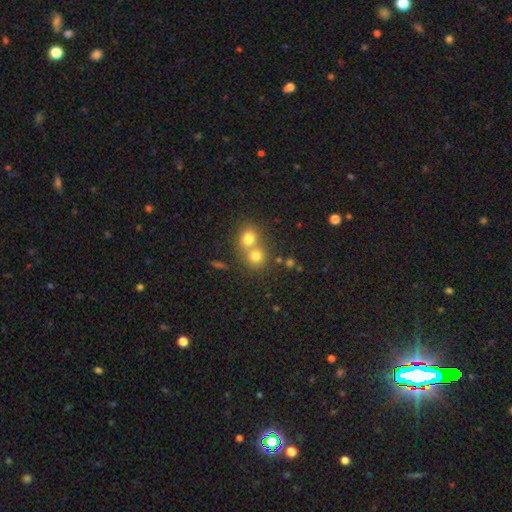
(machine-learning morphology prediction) type=smooth (75%); roundness=round (82%); merging=merger (56%).